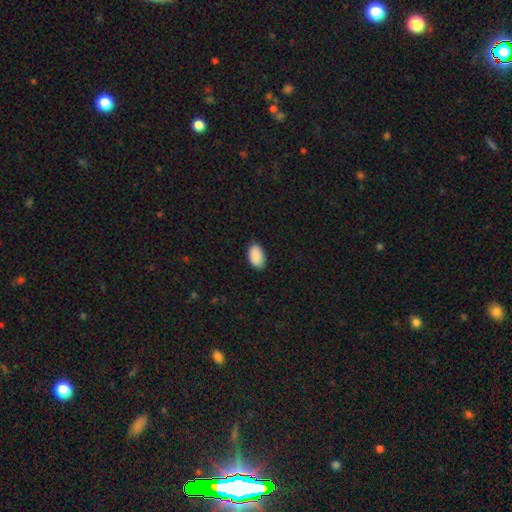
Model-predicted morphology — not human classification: A smooth galaxy with no disk features (91%) that is in between round and cigar-shaped (94%).

Vote fractions:
- Smooth or featured? smooth: 91% / star or artifact: 7% / featured or disk: 3%
- How rounded? in between: 94% / round: 5% / cigar-shaped: 1%
- Merging? none: 87% / minor disturbance: 10% / major disturbance: 2% / merger: 1%